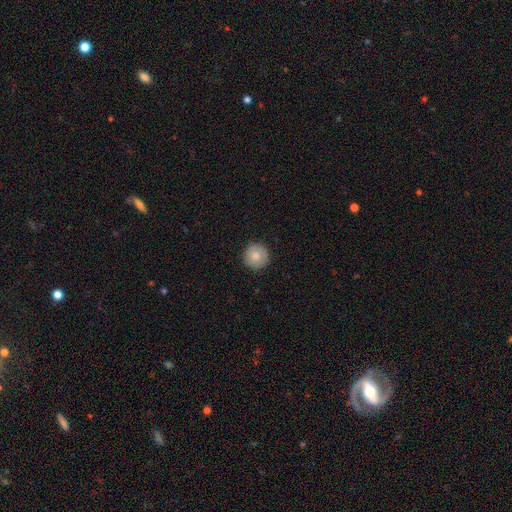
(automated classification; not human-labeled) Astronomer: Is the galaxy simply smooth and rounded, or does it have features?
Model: smooth — 81%.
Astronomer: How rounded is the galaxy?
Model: round — 96%.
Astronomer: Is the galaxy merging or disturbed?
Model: none — 90%.